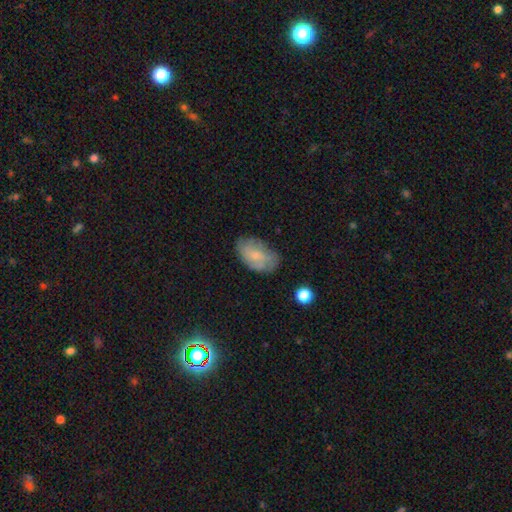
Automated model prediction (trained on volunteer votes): The model was most divided on "smooth or featured": smooth: 50%, featured or disk: 41%, star or artifact: 8%. More confident: how rounded — in between (90%); merging — none (69%).